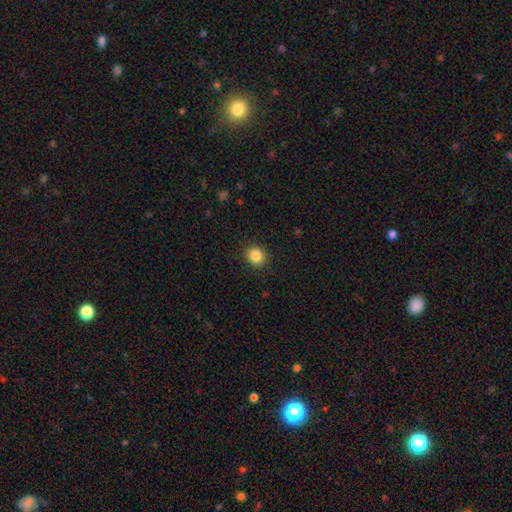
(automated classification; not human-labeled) A smooth galaxy with no disk features (86%) that is round (82%).

Vote fractions:
- Smooth or featured? smooth: 86% / star or artifact: 10% / featured or disk: 4%
- How rounded? round: 82% / in between: 17% / cigar-shaped: 1%
- Merging? none: 91% / minor disturbance: 6% / major disturbance: 2% / merger: 1%